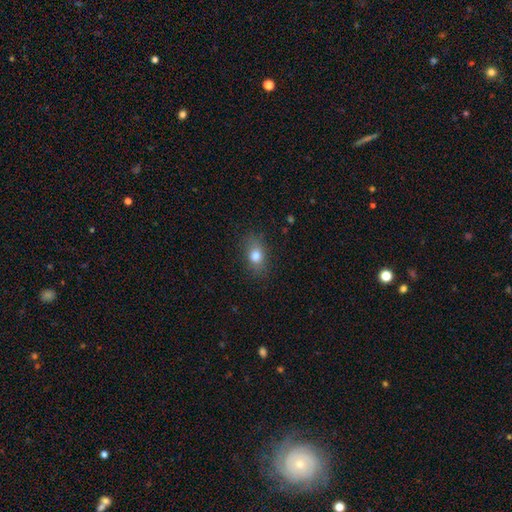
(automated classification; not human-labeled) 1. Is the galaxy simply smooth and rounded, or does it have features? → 79% smooth, 11% featured or disk, 10% star or artifact.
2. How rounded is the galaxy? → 71% in between, 26% round, 4% cigar-shaped.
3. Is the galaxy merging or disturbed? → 80% none, 14% minor disturbance, 4% major disturbance, 1% merger.